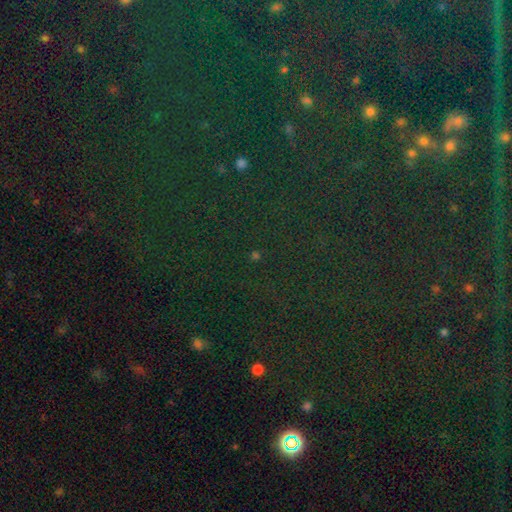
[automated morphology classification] smooth_or_featured: star or artifact (p=0.76) [alt: smooth p=0.15]